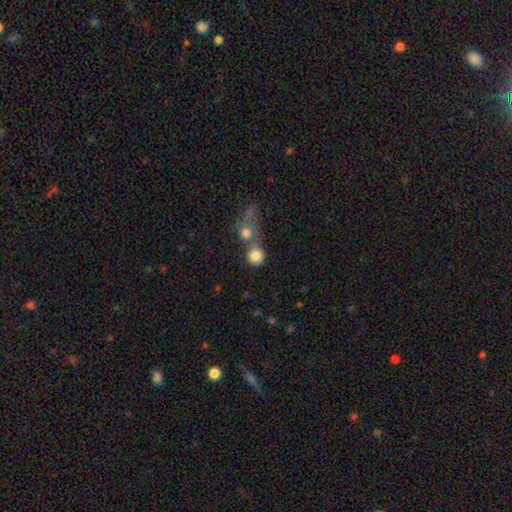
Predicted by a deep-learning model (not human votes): A smooth galaxy with no disk features (82%) that is round (89%).

Vote fractions:
- Smooth or featured? smooth: 82% / star or artifact: 10% / featured or disk: 9%
- How rounded? round: 89% / in between: 10% / cigar-shaped: 1%
- Merging? merger: 50% / none: 38% / minor disturbance: 7% / major disturbance: 5%